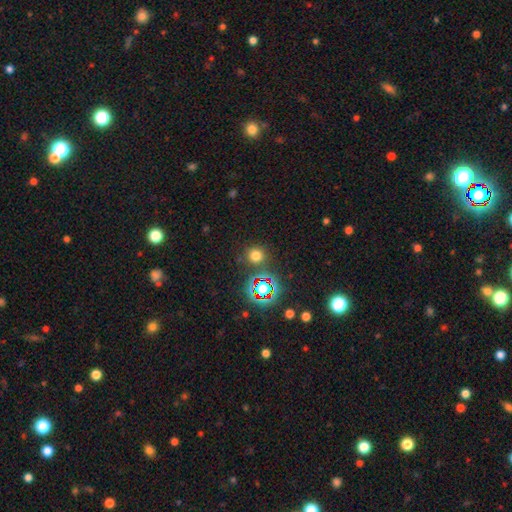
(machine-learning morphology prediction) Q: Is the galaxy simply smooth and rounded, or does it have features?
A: smooth — 67%.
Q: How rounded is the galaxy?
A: round — 92%.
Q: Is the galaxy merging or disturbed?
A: none — 83%.